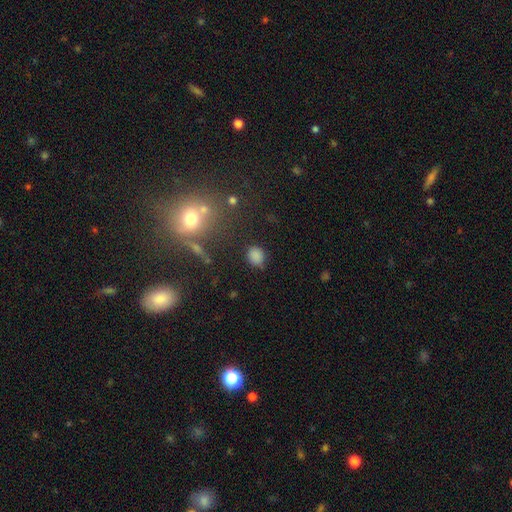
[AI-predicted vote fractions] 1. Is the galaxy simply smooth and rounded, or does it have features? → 81% smooth, 13% star or artifact, 5% featured or disk.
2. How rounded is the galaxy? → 67% round, 31% in between, 2% cigar-shaped.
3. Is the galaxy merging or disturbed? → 78% none, 15% minor disturbance, 4% major disturbance, 3% merger.